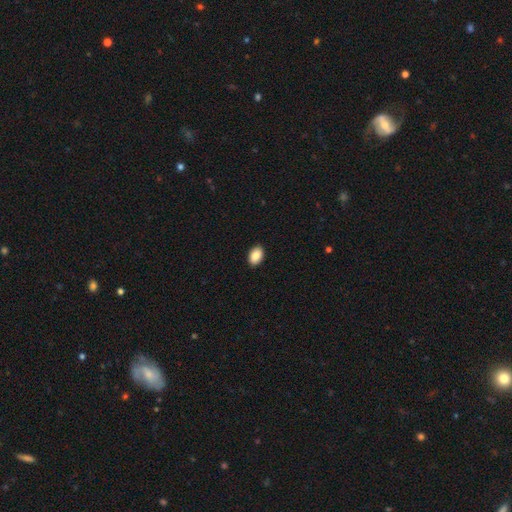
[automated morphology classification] This is clearly a smooth galaxy (88%). How rounded: clearly in between (88%). Merging: clearly none (91%).